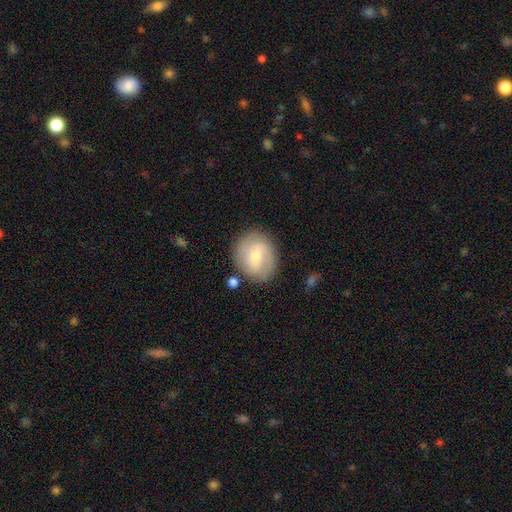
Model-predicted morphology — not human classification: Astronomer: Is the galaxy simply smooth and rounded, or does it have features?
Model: featured or disk — 52% (runner-up: smooth, 41%).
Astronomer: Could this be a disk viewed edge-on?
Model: no — 97%.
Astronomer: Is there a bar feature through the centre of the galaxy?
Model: weak — 54% (runner-up: no, 34%).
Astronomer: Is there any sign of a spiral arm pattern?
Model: yes — 82%.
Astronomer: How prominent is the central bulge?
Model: moderate — 50% (runner-up: small, 43%).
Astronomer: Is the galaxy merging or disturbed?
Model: none — 78%.